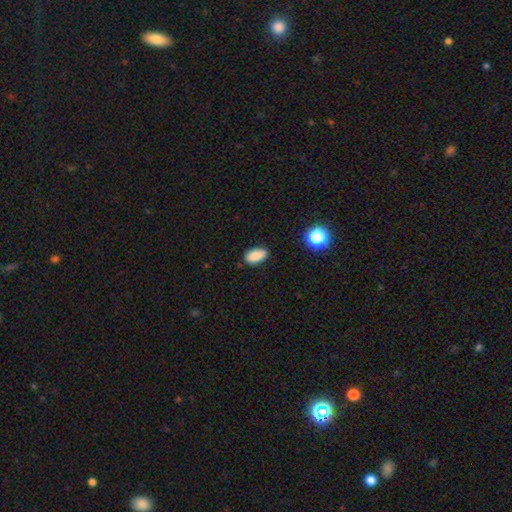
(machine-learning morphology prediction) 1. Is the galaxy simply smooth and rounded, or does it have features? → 87% smooth, 9% star or artifact, 4% featured or disk.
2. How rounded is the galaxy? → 92% in between, 4% round, 4% cigar-shaped.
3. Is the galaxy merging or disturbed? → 86% none, 10% minor disturbance, 2% major disturbance, 1% merger.